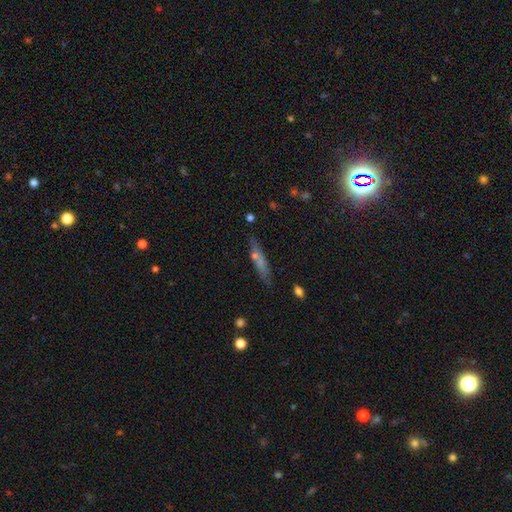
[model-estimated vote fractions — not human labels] smooth_or_featured: smooth (p=0.49) [alt: featured or disk p=0.38]
merging: none (p=0.78) [alt: minor disturbance p=0.14]